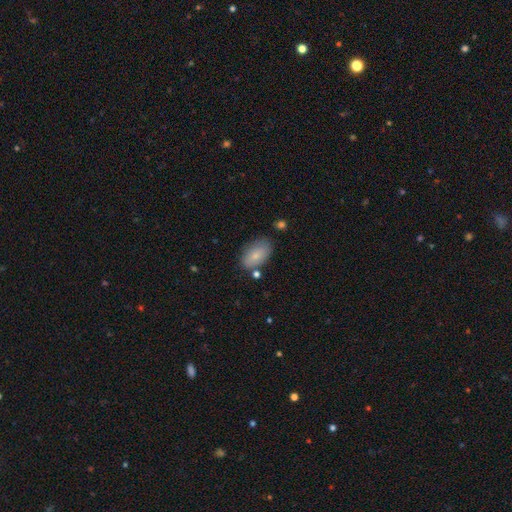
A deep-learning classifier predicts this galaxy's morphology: Smooth or featured? smooth (79%)
How rounded? in between (93%)
Merging? none (73%)